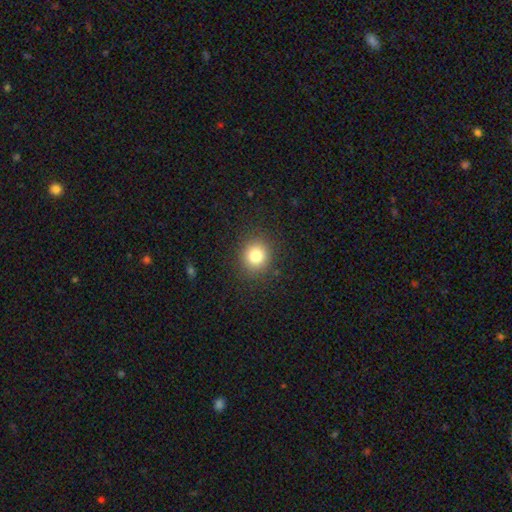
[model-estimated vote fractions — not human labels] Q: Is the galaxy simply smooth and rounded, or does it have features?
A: smooth — 81%.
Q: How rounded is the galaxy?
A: round — 85%.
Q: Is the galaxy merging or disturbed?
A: none — 89%.